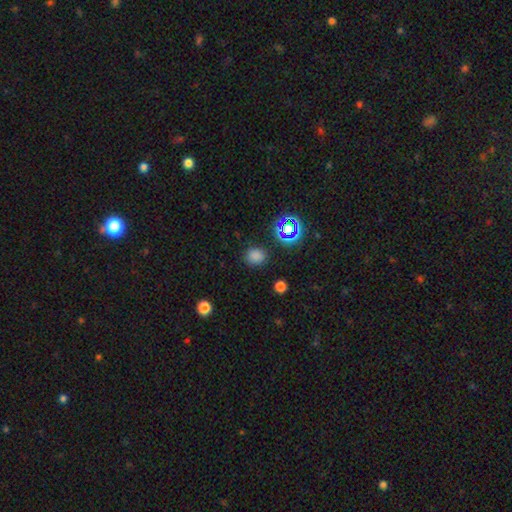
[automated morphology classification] This is likely a smooth galaxy (73%). How rounded: likely round (70%). Merging: clearly none (84%).